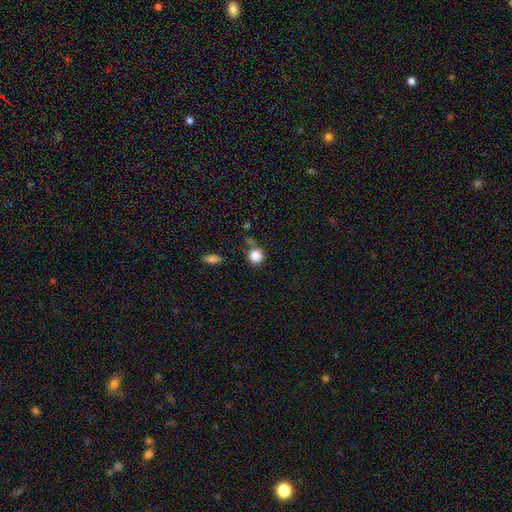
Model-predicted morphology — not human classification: Smooth or featured? smooth (86%)
How rounded? round (92%)
Merging? none (67%)